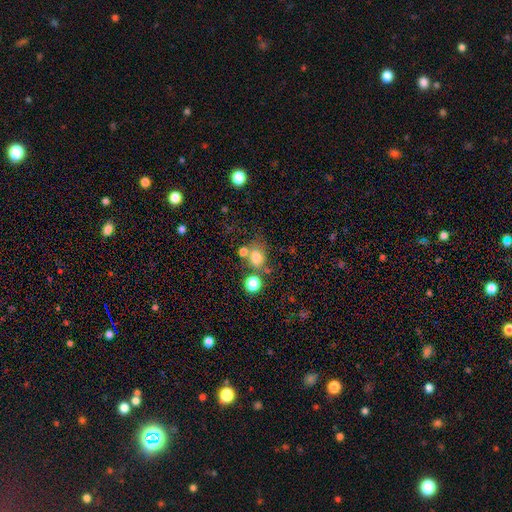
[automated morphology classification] Overall: smooth (73%). How rounded: round (71%). Merging: none (58%; merger 22%).